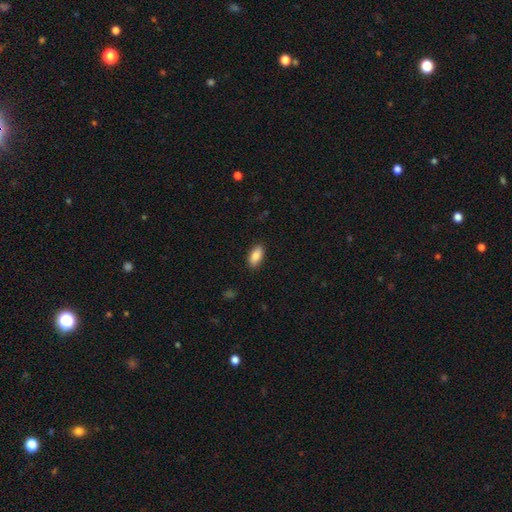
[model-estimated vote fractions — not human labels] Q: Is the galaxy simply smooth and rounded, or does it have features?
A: smooth — 87%.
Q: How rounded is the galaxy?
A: in between — 91%.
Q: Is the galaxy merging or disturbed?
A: none — 88%.